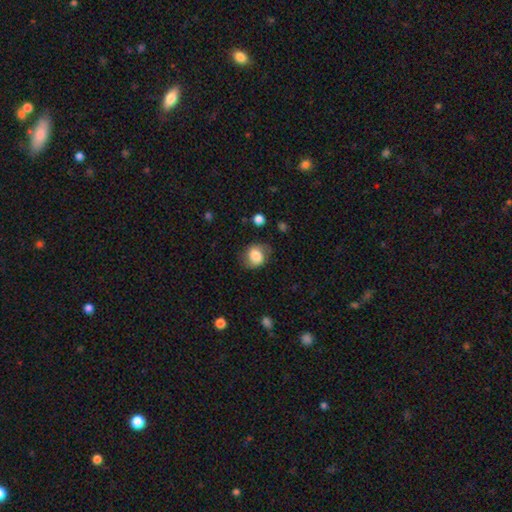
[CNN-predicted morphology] smooth_or_featured: smooth (p=0.68) [alt: featured or disk p=0.24]
how_rounded: round (p=0.61) [alt: in between p=0.38]
merging: none (p=0.69) [alt: minor disturbance p=0.21]